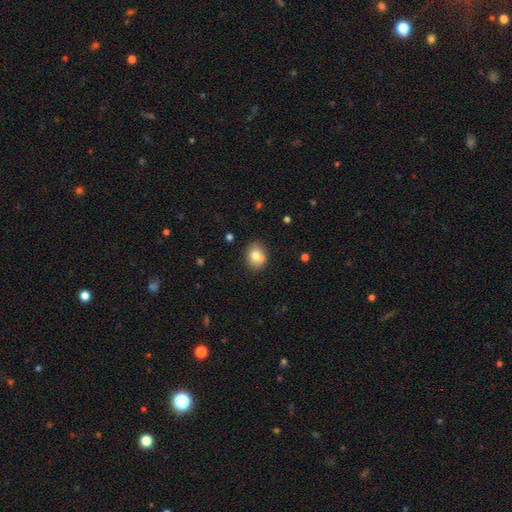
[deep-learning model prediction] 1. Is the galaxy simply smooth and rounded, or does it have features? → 77% smooth, 13% featured or disk, 10% star or artifact.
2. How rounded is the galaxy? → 64% round, 35% in between, 1% cigar-shaped.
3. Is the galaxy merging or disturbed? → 75% none, 14% minor disturbance, 9% merger, 3% major disturbance.